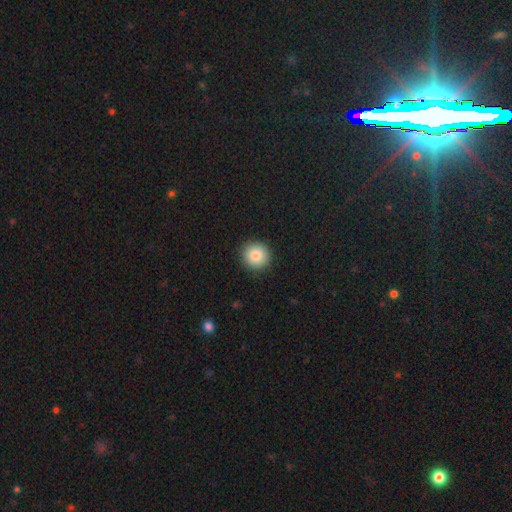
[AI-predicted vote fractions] smooth 84%, star or artifact 9%, featured or disk 7%. Down the decision tree: how rounded — round (93%); merging — none (92%).